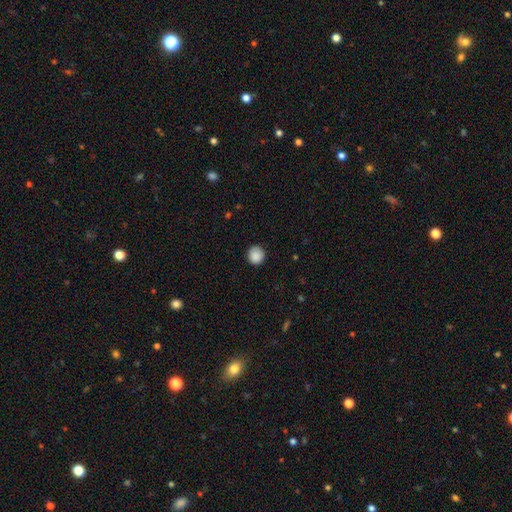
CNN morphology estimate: Smooth or featured?
  - smooth: 89% *
  - star or artifact: 9%
  - featured or disk: 3%
How rounded?
  - round: 92% *
  - in between: 8%
  - cigar-shaped: 1%
Merging?
  - none: 87% *
  - minor disturbance: 10%
  - major disturbance: 2%
  - merger: 1%